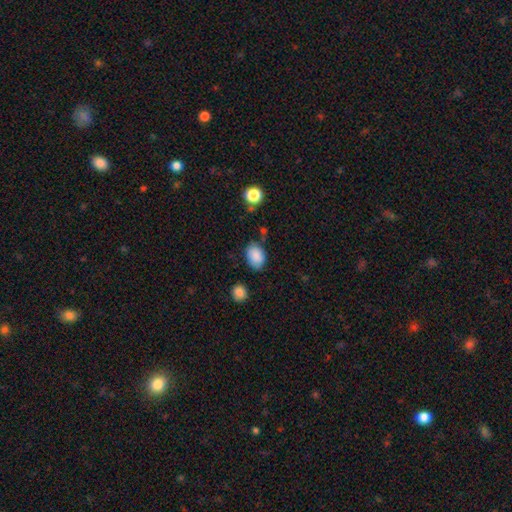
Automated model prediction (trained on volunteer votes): Smooth or featured: smooth — 86% (star or artifact — 8%)
How rounded: in between — 75% (round — 24%)
Merging: none — 70% (minor disturbance — 21%)